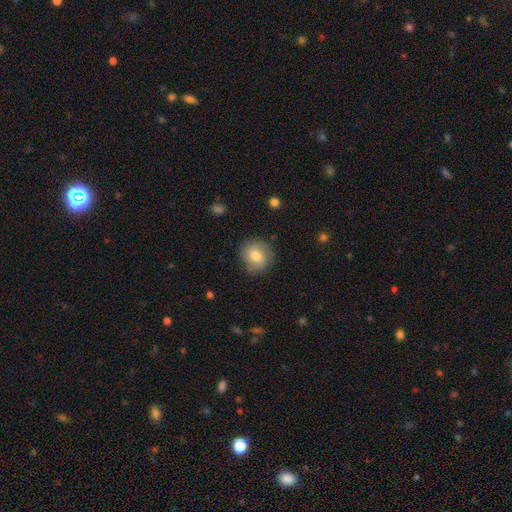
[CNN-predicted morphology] The model was most divided on "smooth or featured": smooth: 69%, featured or disk: 23%, star or artifact: 8%. More confident: how rounded — round (80%); merging — none (76%).